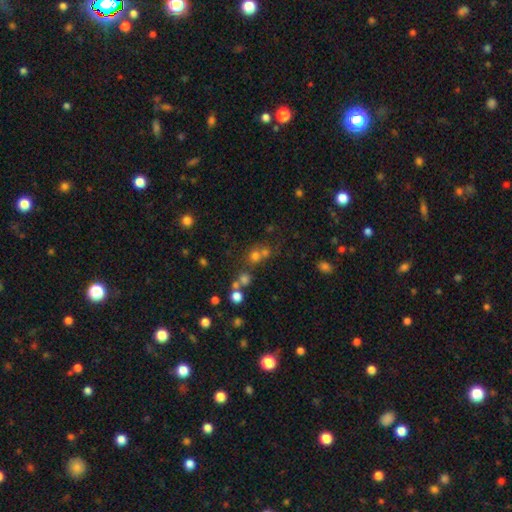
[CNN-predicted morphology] Q: Smooth or featured?
A: smooth (47%); runner-up: star or artifact (41%)
Q: Merging?
A: none (57%); runner-up: merger (31%)